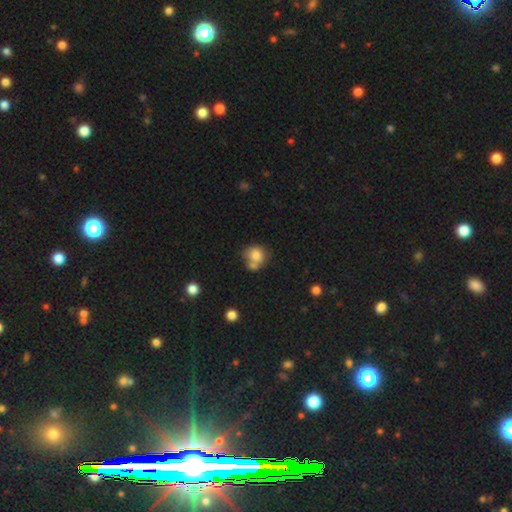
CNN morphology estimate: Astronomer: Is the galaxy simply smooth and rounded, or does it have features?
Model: smooth — 79%.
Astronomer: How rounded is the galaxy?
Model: round — 81%.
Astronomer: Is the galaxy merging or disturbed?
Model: none — 44% (runner-up: merger, 36%).